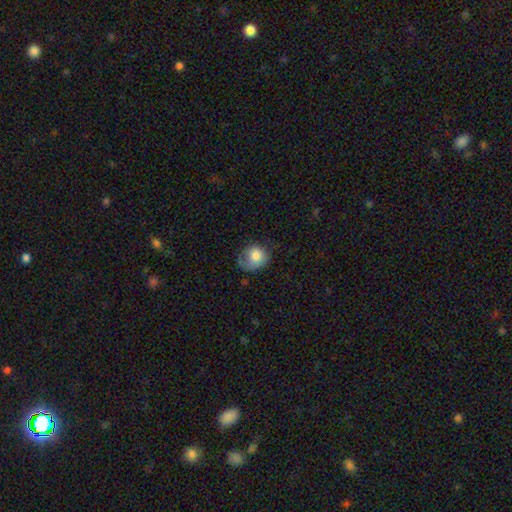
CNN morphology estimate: smooth 76%, featured or disk 16%, star or artifact 8%. Down the decision tree: how rounded — round (67%); merging — none (38%).